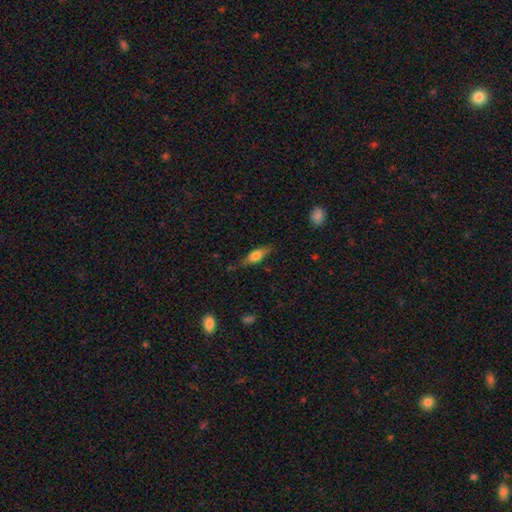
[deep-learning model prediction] A smooth galaxy with no disk features (62%) that is in between round and cigar-shaped (58%).

Vote fractions:
- Smooth or featured? smooth: 62% / featured or disk: 31% / star or artifact: 7%
- How rounded? in between: 58% / cigar-shaped: 39% / round: 4%
- Merging? none: 72% / minor disturbance: 21% / major disturbance: 5% / merger: 2%